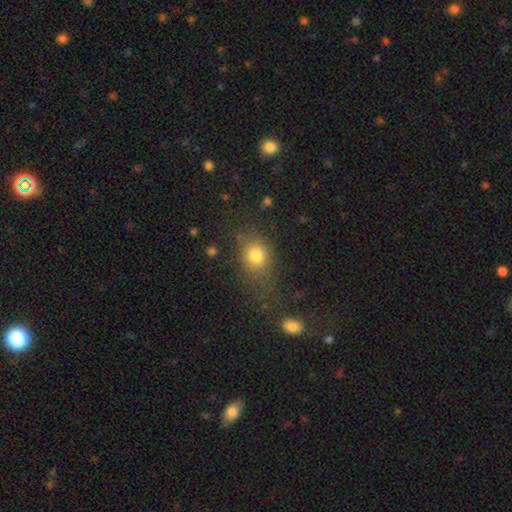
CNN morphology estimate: This appears to be a smooth galaxy with no disk features (79%) that is round (53%). Merging: none (61%).